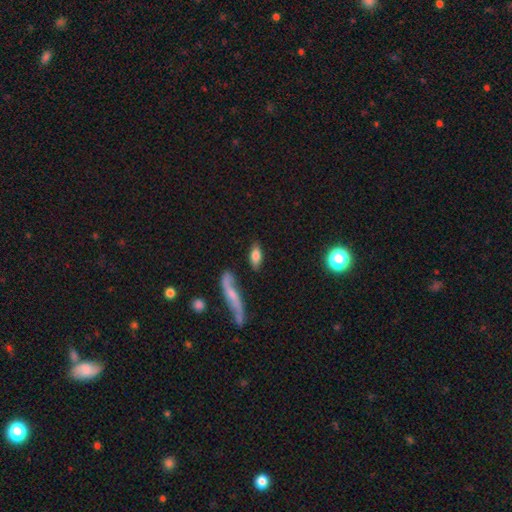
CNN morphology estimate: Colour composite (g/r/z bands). It shows a smooth galaxy with no disk features (74%) that is in between round and cigar-shaped (82%). Merging: none (76%).